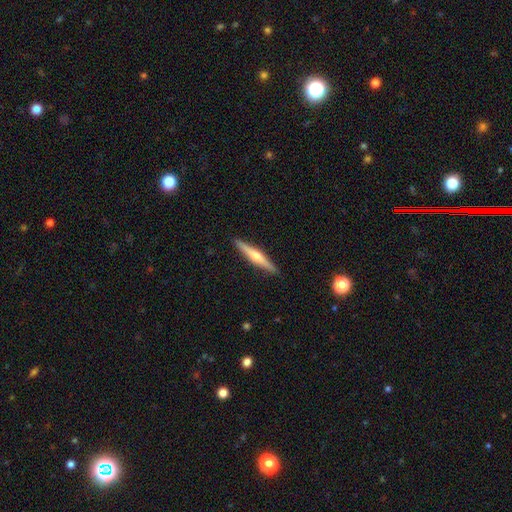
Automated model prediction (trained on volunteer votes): Smooth or featured? featured or disk (65%)
Edge-on disk? yes (98%)
Edge-on bulge? rounded (85%)
Merging? none (91%)